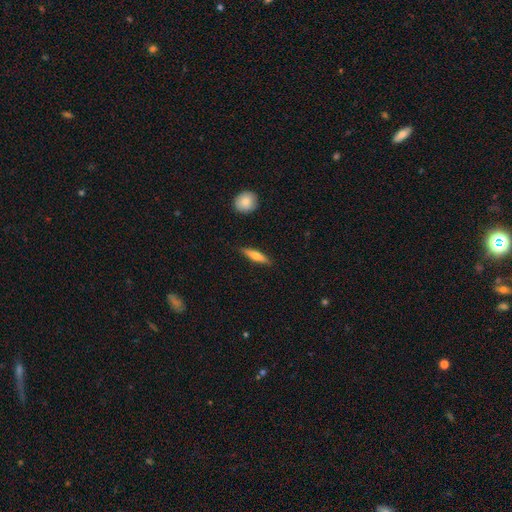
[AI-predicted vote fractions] The model was most divided on "smooth or featured": smooth: 59%, featured or disk: 35%, star or artifact: 6%. More confident: merging — none (87%); how rounded — cigar-shaped (77%).